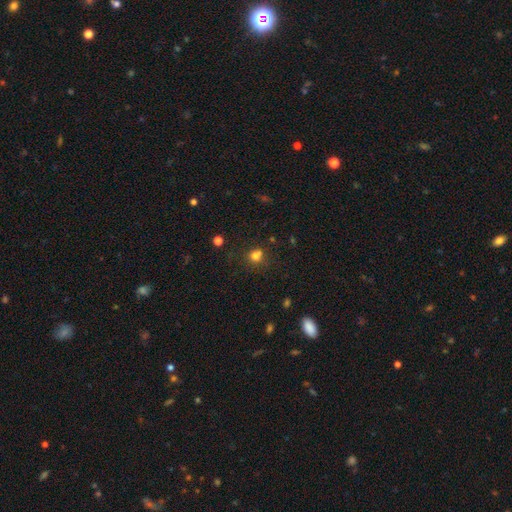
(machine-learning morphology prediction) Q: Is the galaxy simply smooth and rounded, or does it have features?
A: smooth — 74%.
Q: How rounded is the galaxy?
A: round — 79%.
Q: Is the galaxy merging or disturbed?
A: none — 58%.